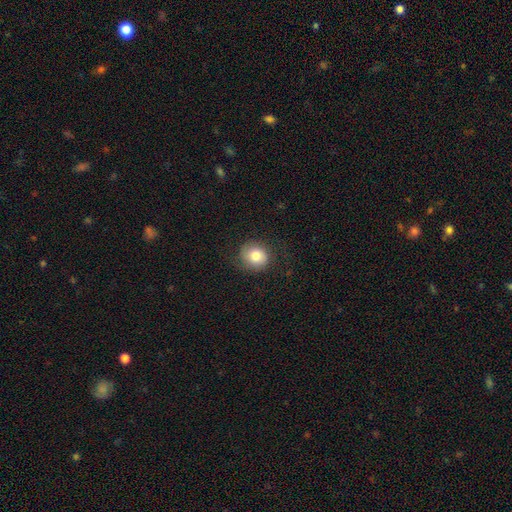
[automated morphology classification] Smooth or featured? smooth (76%)
How rounded? round (78%)
Merging? none (74%)